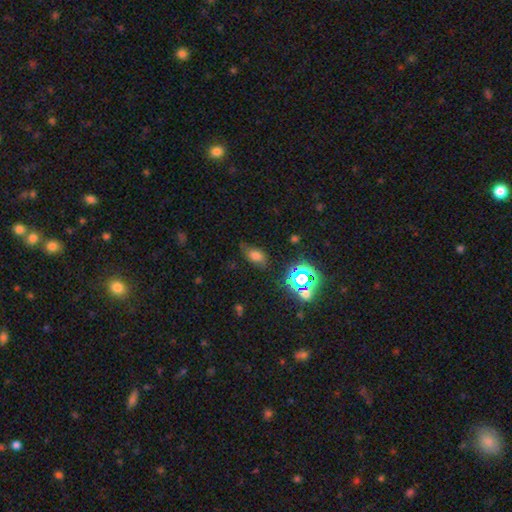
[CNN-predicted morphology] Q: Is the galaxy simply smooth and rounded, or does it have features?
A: smooth — 66%.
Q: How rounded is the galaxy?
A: in between — 82%.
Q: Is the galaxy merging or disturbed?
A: none — 64%.